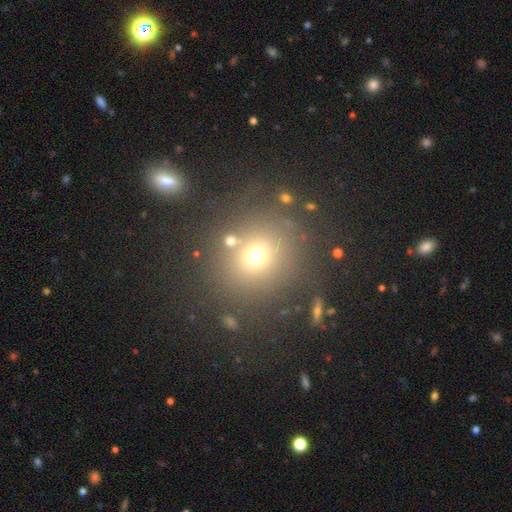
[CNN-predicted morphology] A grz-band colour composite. It shows a smooth galaxy with no disk features (66%) that is round (85%). Merging: none (79%).